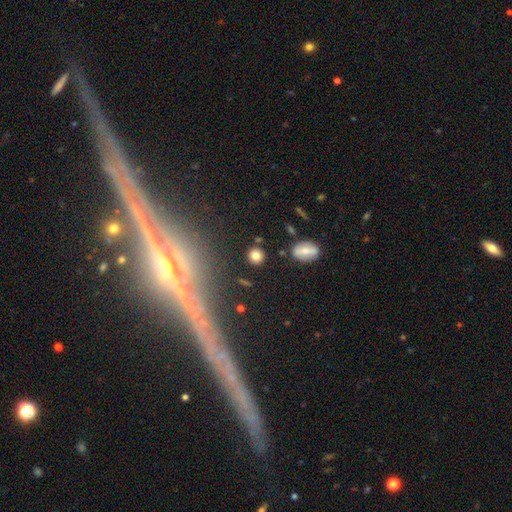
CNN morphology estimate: smooth-or-featured: smooth: 79% | star or artifact: 12% | featured or disk: 8%
  how-rounded: round: 87% | in between: 12% | cigar-shaped: 1%
  merging: none: 85% | minor disturbance: 9% | merger: 4% | major disturbance: 3%